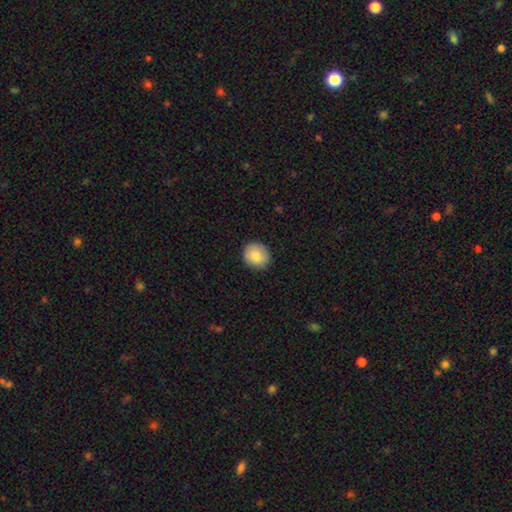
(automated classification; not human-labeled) smooth 87%, star or artifact 7%, featured or disk 6%. Down the decision tree: how rounded — round (79%); merging — none (88%).